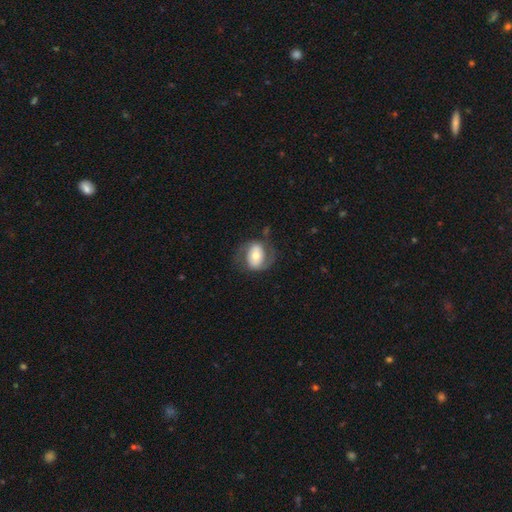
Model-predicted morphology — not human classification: type=featured or disk (60%); edge-on=no (96%); bar=no (46%); spiral arms=yes (75%); bulge=moderate (62%); merging=none (66%).